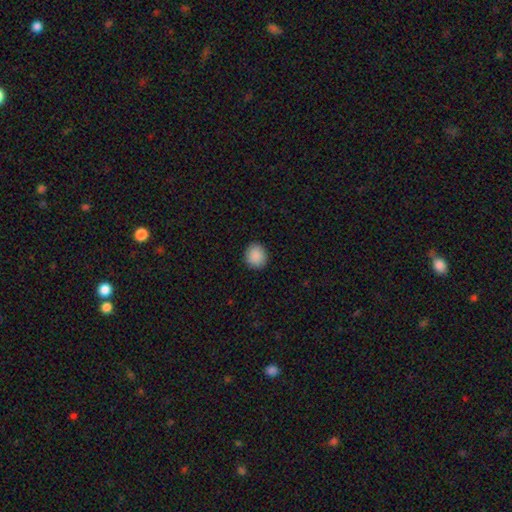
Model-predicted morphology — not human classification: Smooth or featured? Predicted: smooth (p=0.90). How rounded? Predicted: round (p=0.84). Merging? Predicted: none (p=0.91).